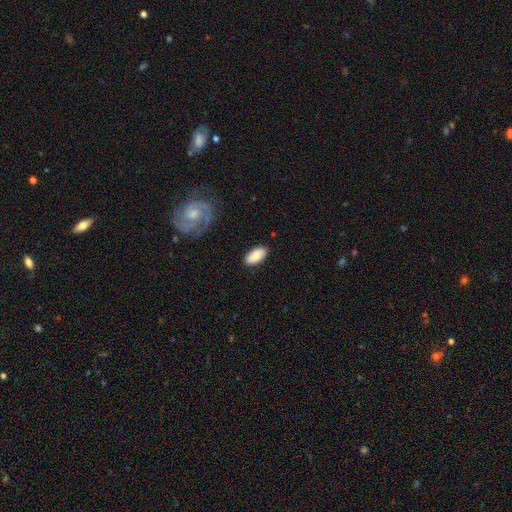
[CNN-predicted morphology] A smooth galaxy with no disk features (81%) that is in between round and cigar-shaped (94%).

Vote fractions:
- Smooth or featured? smooth: 81% / featured or disk: 13% / star or artifact: 6%
- How rounded? in between: 94% / cigar-shaped: 4% / round: 2%
- Merging? none: 83% / minor disturbance: 12% / major disturbance: 3% / merger: 2%